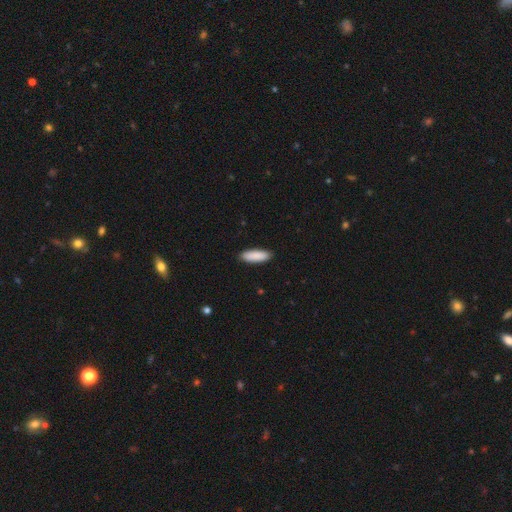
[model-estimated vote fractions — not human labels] The model was most divided on "how rounded": in between: 57%, cigar-shaped: 42%, round: 2%. More confident: merging — none (90%); smooth or featured — smooth (90%).